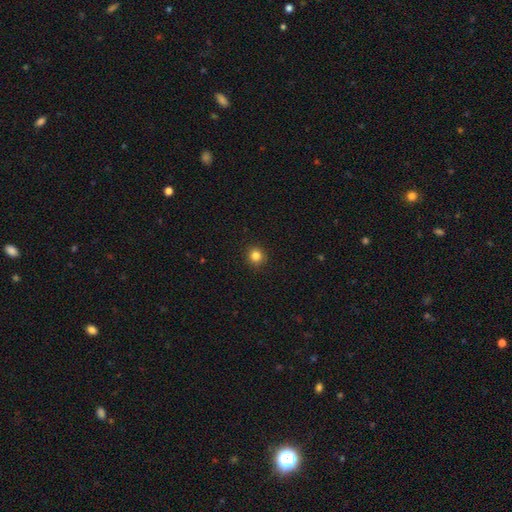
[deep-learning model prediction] The model was most divided on "smooth or featured": smooth: 83%, star or artifact: 12%, featured or disk: 5%. More confident: merging — none (92%); how rounded — round (91%).